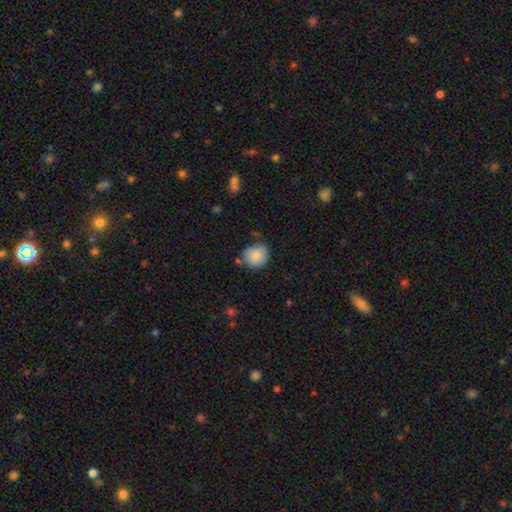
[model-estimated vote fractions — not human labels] Smooth or featured? Predicted: smooth (p=0.85). How rounded? Predicted: round (p=0.82). Merging? Predicted: none (p=0.68).